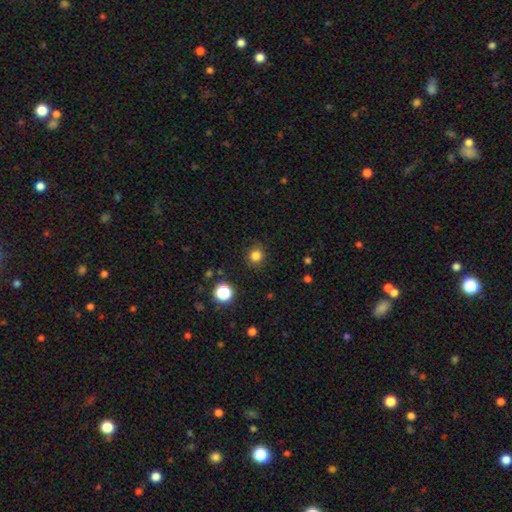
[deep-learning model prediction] Smooth or featured? smooth (82%)
How rounded? round (89%)
Merging? none (88%)